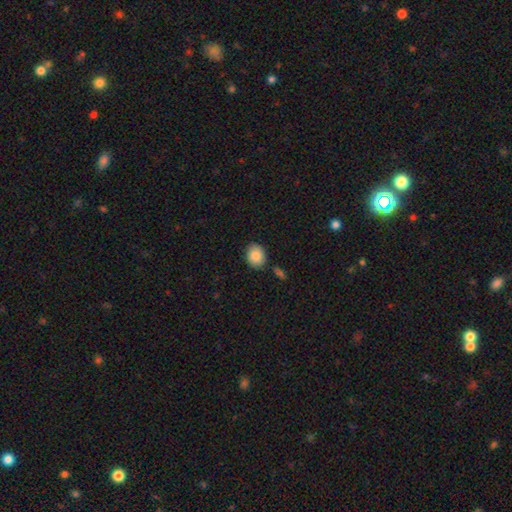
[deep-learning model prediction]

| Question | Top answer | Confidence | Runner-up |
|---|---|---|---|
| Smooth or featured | smooth | 87% | star or artifact (7%) |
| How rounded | in between | 52% | round (47%) |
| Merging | none | 78% | minor disturbance (14%) |